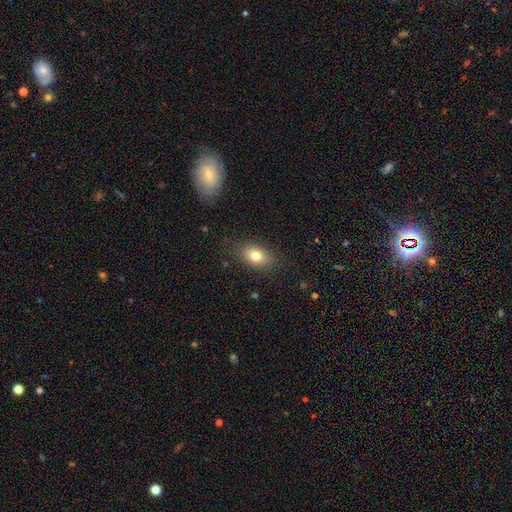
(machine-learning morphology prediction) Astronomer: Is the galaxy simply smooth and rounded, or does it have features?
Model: smooth — 78%.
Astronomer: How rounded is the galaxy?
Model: in between — 82%.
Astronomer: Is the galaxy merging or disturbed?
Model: none — 82%.